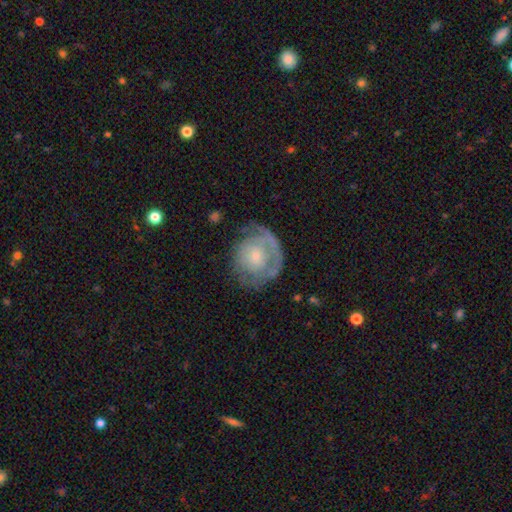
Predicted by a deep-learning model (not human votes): smooth_or_featured: featured or disk (p=0.62) [alt: smooth p=0.31]
disk_edge_on: no (p=0.97) [alt: yes p=0.03]
bar: no (p=0.82) [alt: weak p=0.15]
has_spiral_arms: yes (p=0.66) [alt: no p=0.34]
bulge_size: small (p=0.57) [alt: moderate p=0.33]
merging: none (p=0.62) [alt: minor disturbance p=0.22]